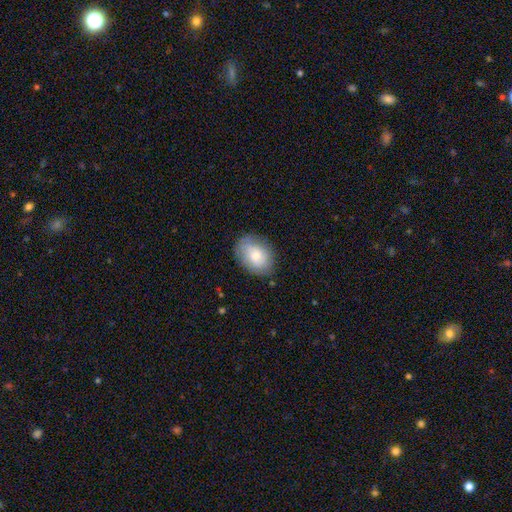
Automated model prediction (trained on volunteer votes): smooth 74%, featured or disk 19%, star or artifact 7%. Down the decision tree: how rounded — in between (76%); merging — none (78%).